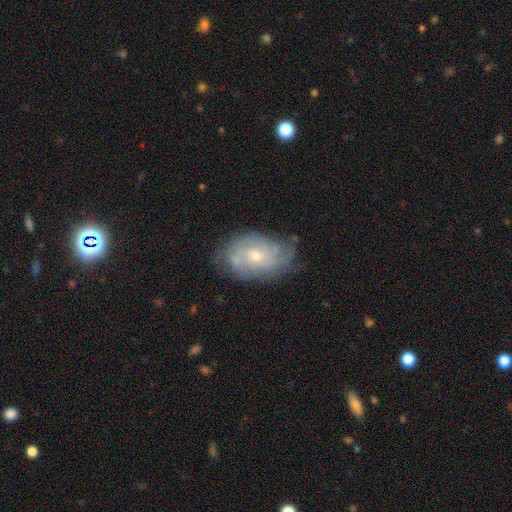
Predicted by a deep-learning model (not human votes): A featured or disk galaxy (71%) with no bar (75%), tight (54%) spiral arms (87%) and a small central bulge (58%). Merging: none (64%).